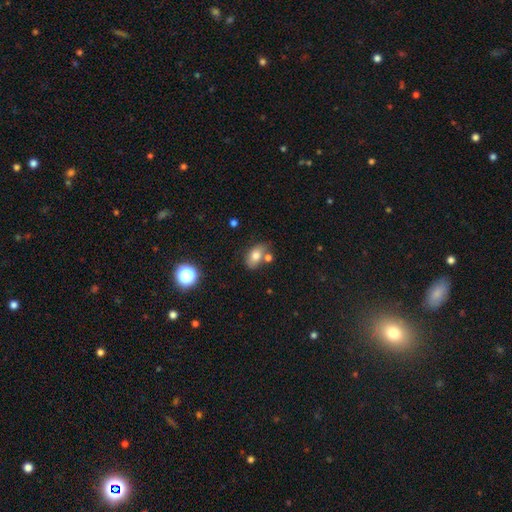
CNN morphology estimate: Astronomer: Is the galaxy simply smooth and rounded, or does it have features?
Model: smooth — 75%.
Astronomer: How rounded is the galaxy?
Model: in between — 84%.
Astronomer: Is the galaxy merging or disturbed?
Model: none — 57%.